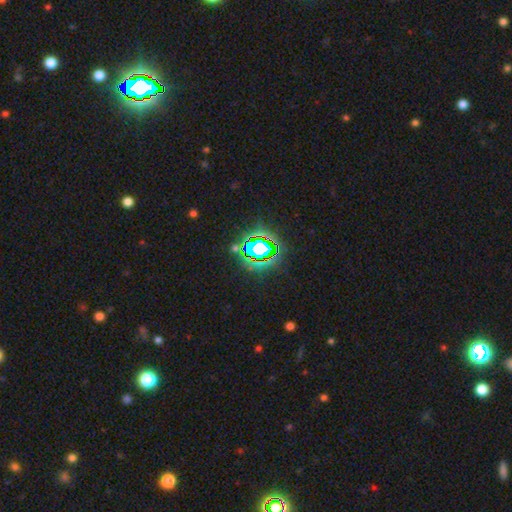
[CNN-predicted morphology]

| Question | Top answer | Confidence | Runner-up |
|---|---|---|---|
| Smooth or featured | star or artifact | 83% | smooth (11%) |